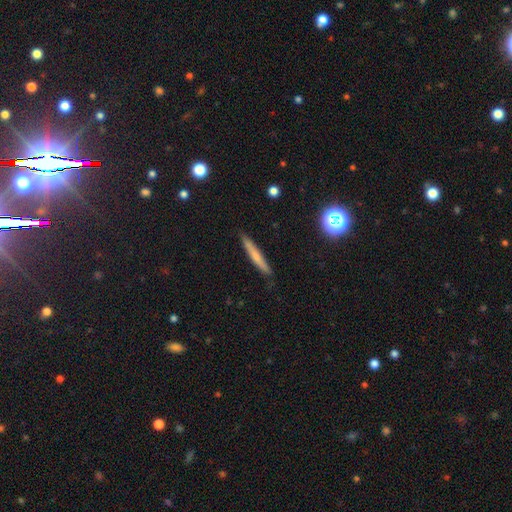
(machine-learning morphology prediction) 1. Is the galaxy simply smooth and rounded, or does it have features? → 58% smooth, 34% featured or disk, 8% star or artifact.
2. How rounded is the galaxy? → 94% cigar-shaped, 4% in between, 2% round.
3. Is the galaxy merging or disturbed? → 88% none, 9% minor disturbance, 2% major disturbance, 1% merger.